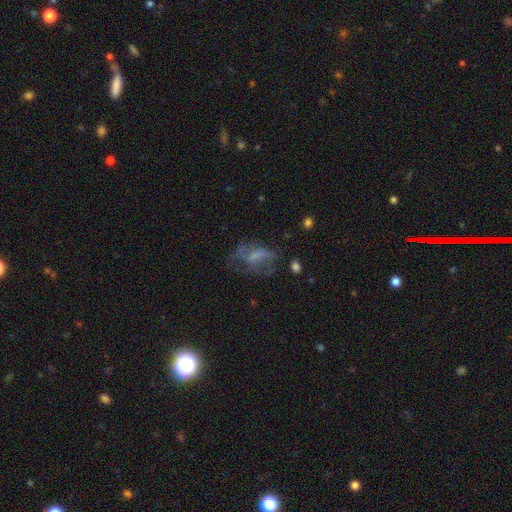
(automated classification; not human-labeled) This appears to be a featured or disk galaxy (48%). Merging: none (39%).